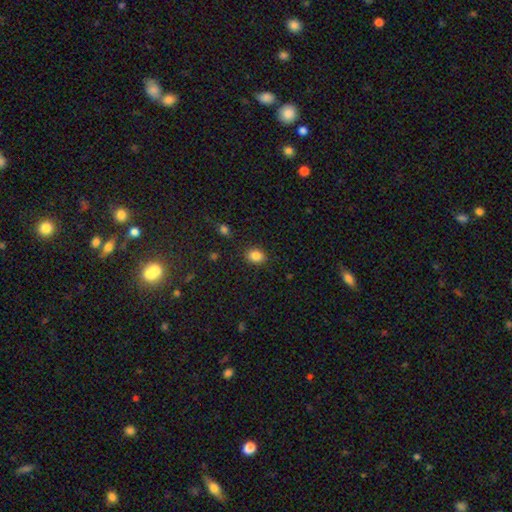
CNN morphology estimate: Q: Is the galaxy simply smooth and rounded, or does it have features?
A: smooth — 85%.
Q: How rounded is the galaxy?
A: in between — 59%.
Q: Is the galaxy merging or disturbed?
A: none — 86%.